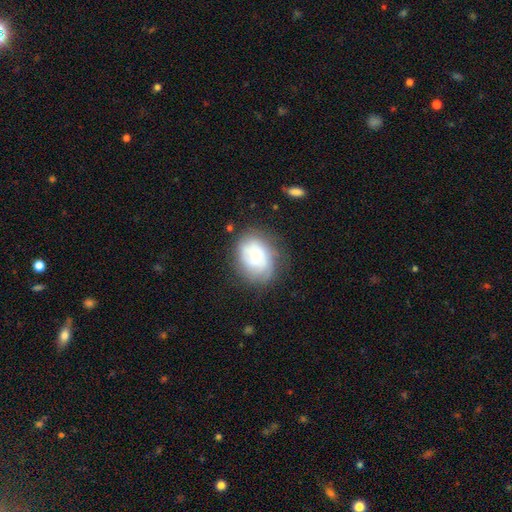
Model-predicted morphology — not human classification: Overall: featured or disk (52%; smooth 40%). Edge-on disk: no (97%). Bar: no (79%). Spiral arms: yes (78%). Bulge size: small (52%; moderate 37%). Merging: none (69%).